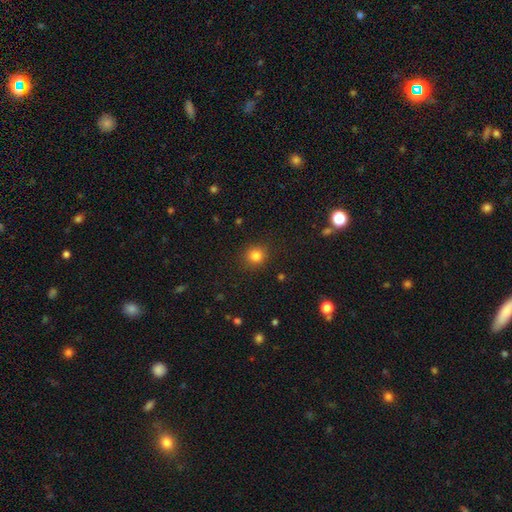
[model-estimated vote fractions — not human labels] Smooth or featured? smooth (83%)
How rounded? round (88%)
Merging? none (89%)